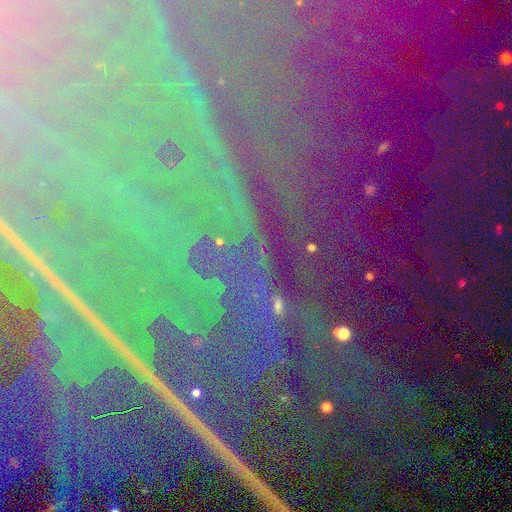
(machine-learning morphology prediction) star or artifact 89%, featured or disk 6%, smooth 5%.